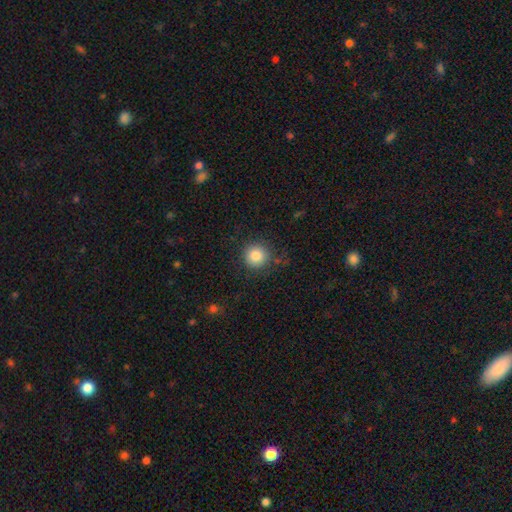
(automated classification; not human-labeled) Smooth or featured?
  - smooth: 84% *
  - star or artifact: 10%
  - featured or disk: 6%
How rounded?
  - round: 95% *
  - in between: 4%
  - cigar-shaped: 1%
Merging?
  - none: 84% *
  - minor disturbance: 10%
  - major disturbance: 4%
  - merger: 1%